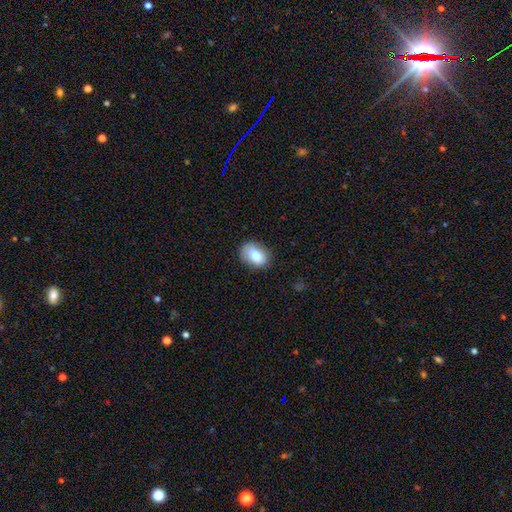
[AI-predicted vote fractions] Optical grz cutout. It shows a smooth galaxy with no disk features (82%) that is in between round and cigar-shaped (80%). Merging: none (78%).